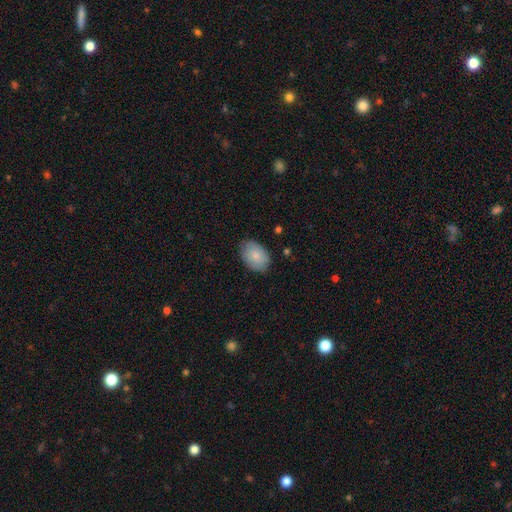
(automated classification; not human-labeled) The model was most divided on "merging": none: 80%, minor disturbance: 16%, major disturbance: 3%, merger: 1%. More confident: how rounded — in between (82%); smooth or featured — smooth (82%).